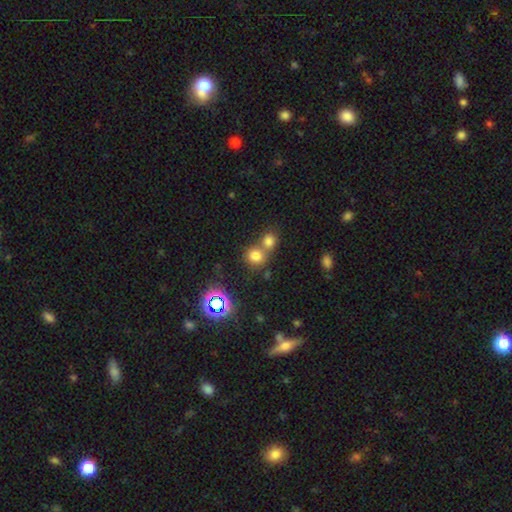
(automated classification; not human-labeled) Q: Smooth or featured?
A: smooth (72%); runner-up: star or artifact (20%)
Q: How rounded?
A: round (84%); runner-up: in between (15%)
Q: Merging?
A: none (46%); tied with: merger (46%)